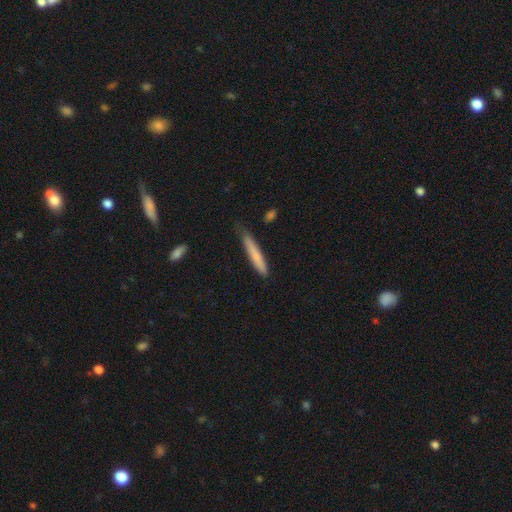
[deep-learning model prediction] A smooth galaxy with no disk features (76%) that is cigar-shaped (94%).

Vote fractions:
- Smooth or featured? smooth: 76% / featured or disk: 18% / star or artifact: 6%
- How rounded? cigar-shaped: 94% / in between: 5% / round: 1%
- Merging? none: 70% / minor disturbance: 24% / major disturbance: 4% / merger: 2%